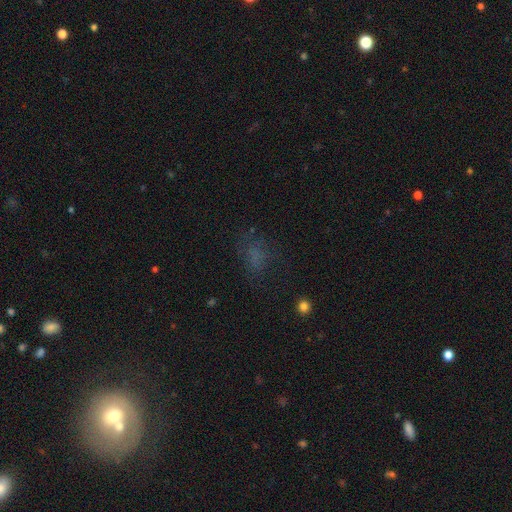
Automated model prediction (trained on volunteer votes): A smooth galaxy with no disk features (55%) that is in between round and cigar-shaped (69%).

Vote fractions:
- Smooth or featured? smooth: 55% / star or artifact: 27% / featured or disk: 18%
- How rounded? in between: 69% / round: 27% / cigar-shaped: 4%
- Merging? none: 56% / major disturbance: 22% / minor disturbance: 19% / merger: 2%